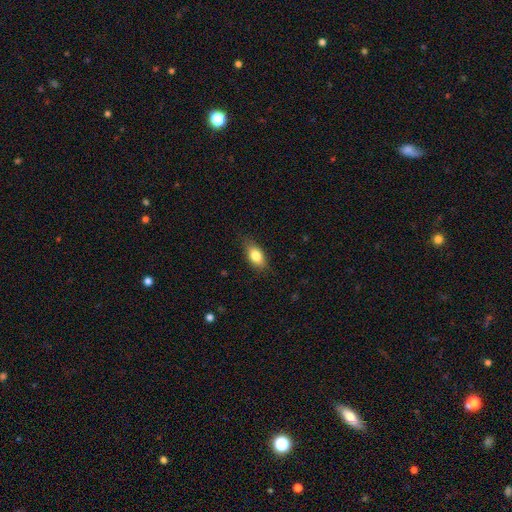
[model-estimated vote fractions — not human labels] smooth 81%, featured or disk 12%, star or artifact 7%. Down the decision tree: how rounded — in between (86%); merging — none (80%).